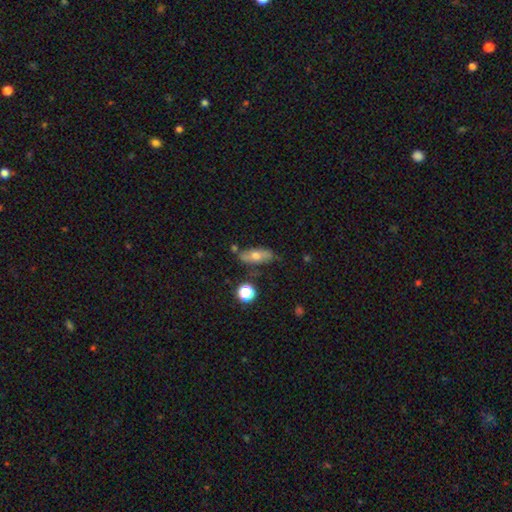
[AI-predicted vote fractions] Q: Smooth or featured?
A: smooth (60%); runner-up: featured or disk (31%)
Q: How rounded?
A: in between (71%); runner-up: cigar-shaped (23%)
Q: Merging?
A: none (71%); runner-up: minor disturbance (18%)